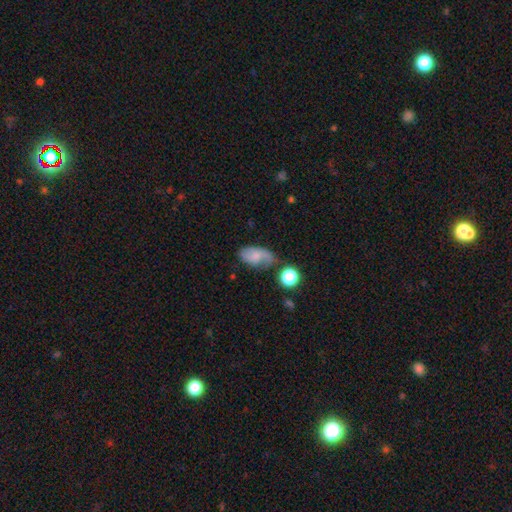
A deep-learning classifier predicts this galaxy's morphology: smooth 59%, featured or disk 32%, star or artifact 9%. Down the decision tree: how rounded — in between (89%); merging — none (48%).